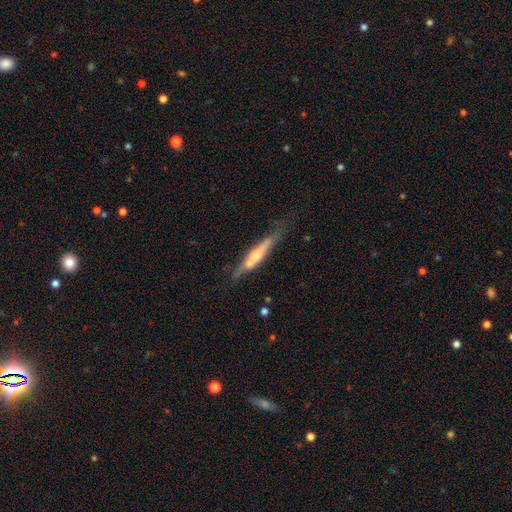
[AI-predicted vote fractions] Morphology: type=featured or disk (60%); edge-on=yes (88%); edge-on bulge=rounded (73%); merging=none (58%).